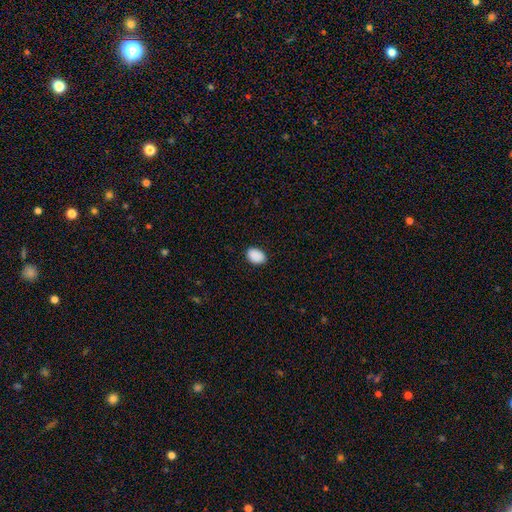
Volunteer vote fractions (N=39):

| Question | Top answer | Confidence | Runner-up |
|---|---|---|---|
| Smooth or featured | smooth | 95% | star or artifact (5%) |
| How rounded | in between | 81% | round (19%) |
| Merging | none | 89% | minor disturbance (8%) |